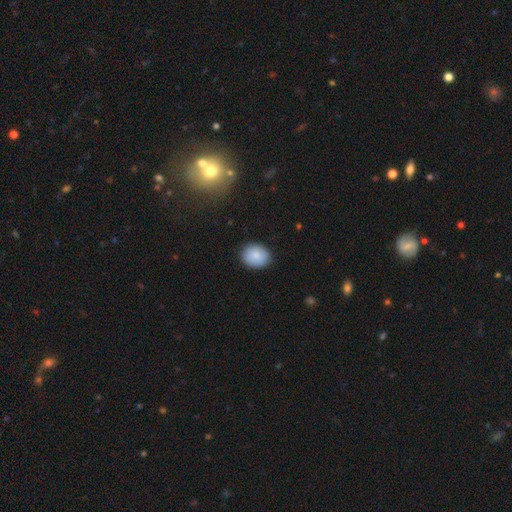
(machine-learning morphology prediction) Overall: smooth (86%). How rounded: in between (53%; round 46%). Merging: none (88%).